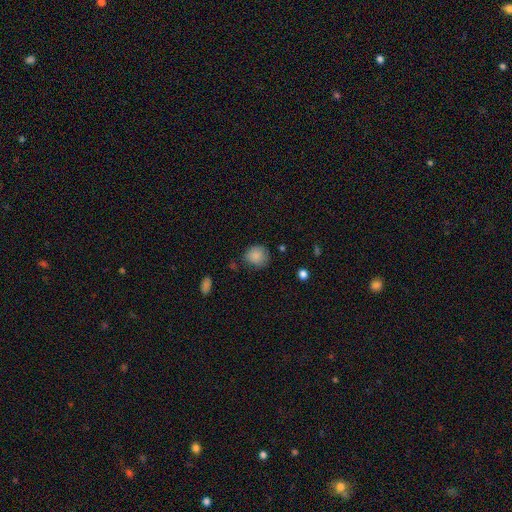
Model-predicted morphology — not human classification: This appears to be a smooth galaxy with no disk features (86%) that is round (79%). Merging: none (71%).